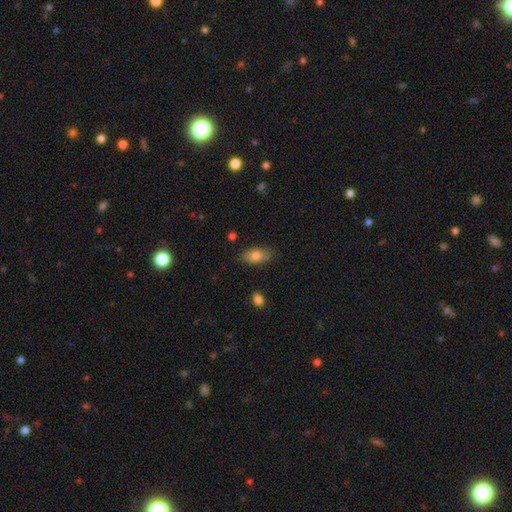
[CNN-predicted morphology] smooth-or-featured: smooth: 76% | featured or disk: 16% | star or artifact: 7%
  how-rounded: in between: 91% | round: 5% | cigar-shaped: 4%
  merging: none: 80% | minor disturbance: 16% | major disturbance: 3% | merger: 1%